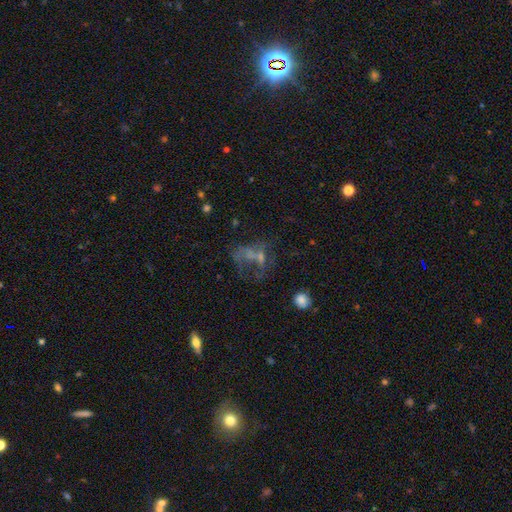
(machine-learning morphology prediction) Overall: featured or disk (46%; smooth 29%). Merging: major disturbance (39%; none 29%).